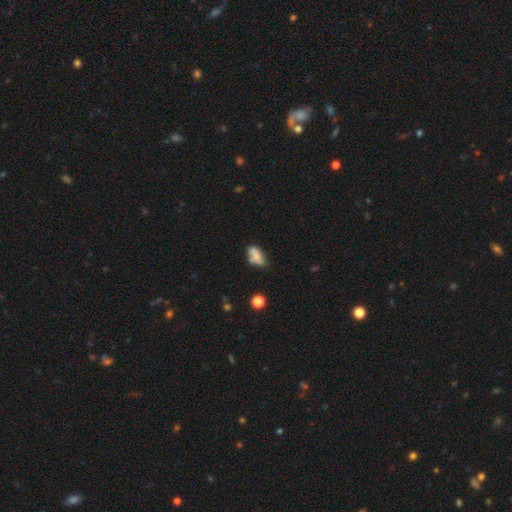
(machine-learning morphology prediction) smooth-or-featured: smooth: 62% | featured or disk: 27% | star or artifact: 11%
  how-rounded: in between: 83% | cigar-shaped: 9% | round: 8%
  merging: none: 37% | minor disturbance: 28% | merger: 22% | major disturbance: 14%